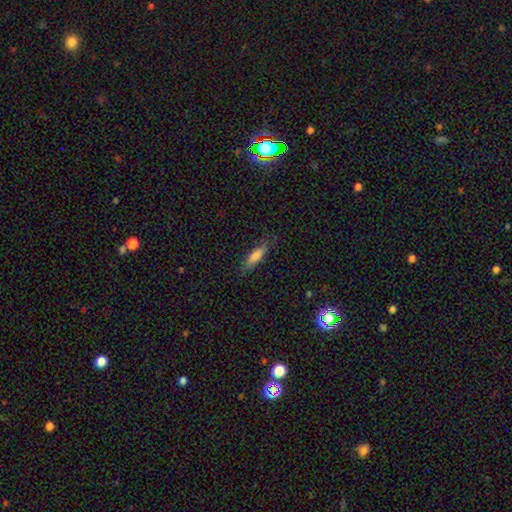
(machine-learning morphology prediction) This is likely a smooth galaxy (75%). How rounded: likely cigar-shaped (64%). Merging: likely none (79%).